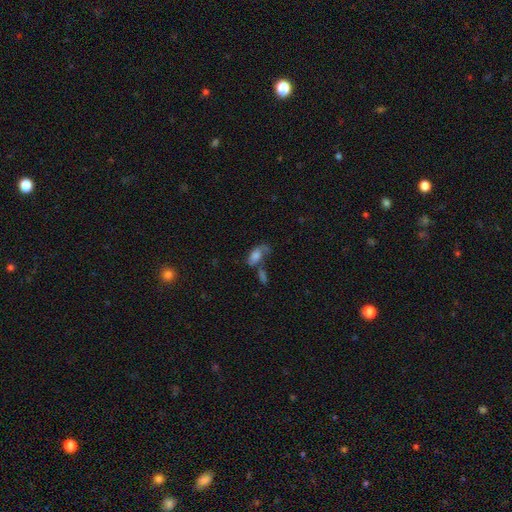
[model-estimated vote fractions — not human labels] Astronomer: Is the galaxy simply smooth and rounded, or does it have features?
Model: smooth — 58%.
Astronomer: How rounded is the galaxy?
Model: in between — 88%.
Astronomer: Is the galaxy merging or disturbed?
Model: none — 31% (runner-up: merger, 26%).